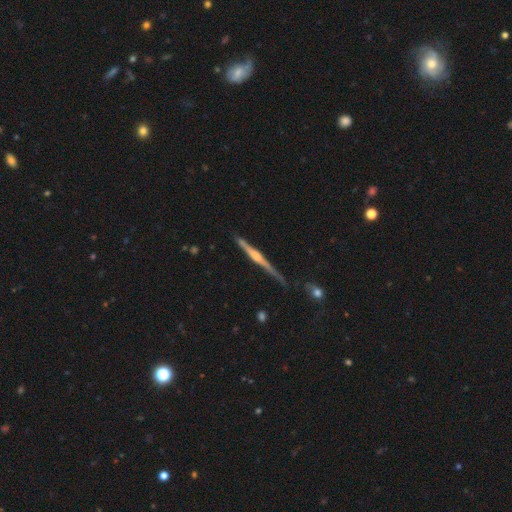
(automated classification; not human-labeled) The model was most divided on "edge-on bulge": rounded: 58%, boxy: 25%, none: 17%. More confident: edge-on disk — yes (98%); merging — none (77%); smooth or featured — featured or disk (76%).